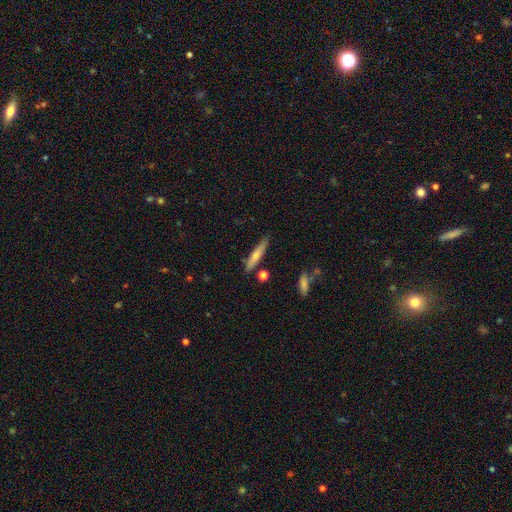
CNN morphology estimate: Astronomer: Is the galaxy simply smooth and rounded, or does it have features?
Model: smooth — 63%.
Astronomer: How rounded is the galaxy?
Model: cigar-shaped — 88%.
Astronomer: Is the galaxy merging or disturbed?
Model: none — 82%.